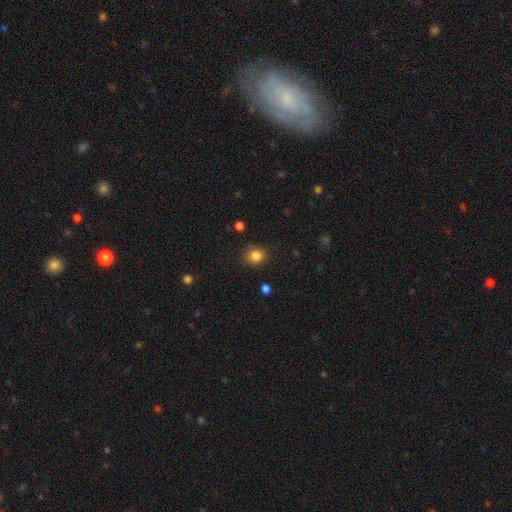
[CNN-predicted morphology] Q: Smooth or featured?
A: smooth (84%); runner-up: star or artifact (11%)
Q: How rounded?
A: round (76%); runner-up: in between (23%)
Q: Merging?
A: none (83%); runner-up: minor disturbance (12%)